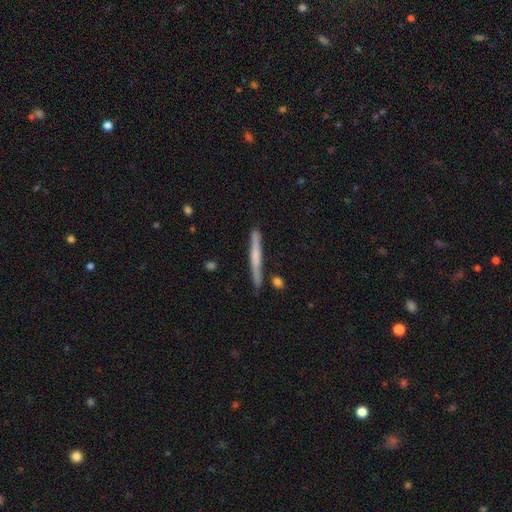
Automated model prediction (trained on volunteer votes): Morphology: type=smooth (47%, tied with featured or disk); merging=none (84%).